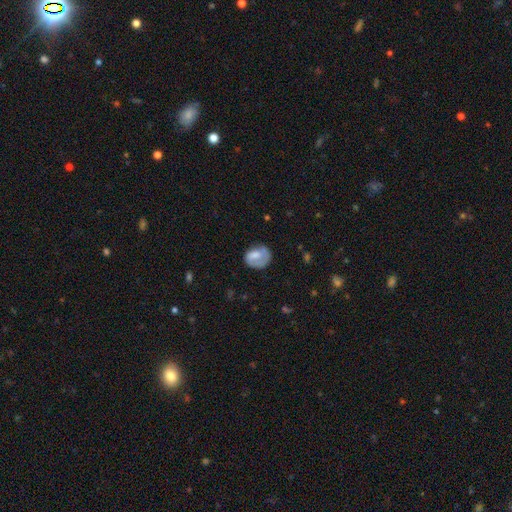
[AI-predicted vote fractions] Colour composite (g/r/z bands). It shows a smooth galaxy with no disk features (58%) that is round (52%). Merging: none (46%).